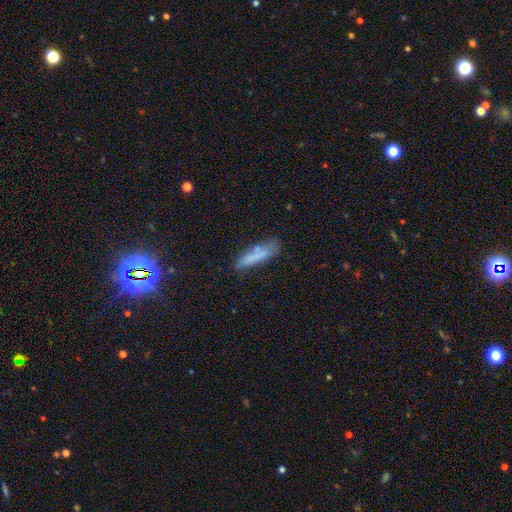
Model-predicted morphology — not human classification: Smooth or featured? smooth (74%)
How rounded? cigar-shaped (73%)
Merging? none (63%)